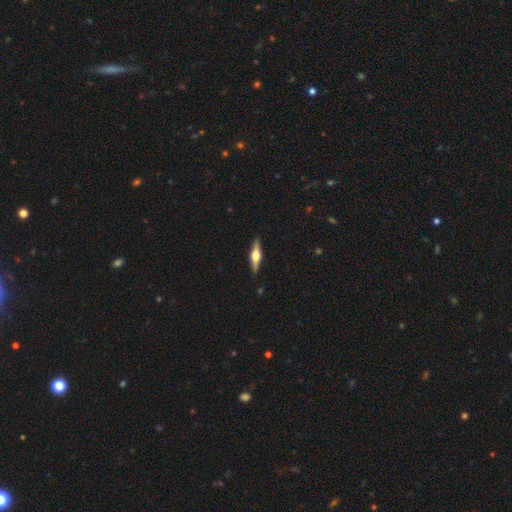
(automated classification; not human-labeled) smooth_or_featured: featured or disk (p=0.71) [alt: smooth p=0.24]
disk_edge_on: yes (p=0.97) [alt: no p=0.03]
edge_on_bulge: rounded (p=0.94) [alt: boxy p=0.05]
merging: none (p=0.90) [alt: minor disturbance p=0.07]